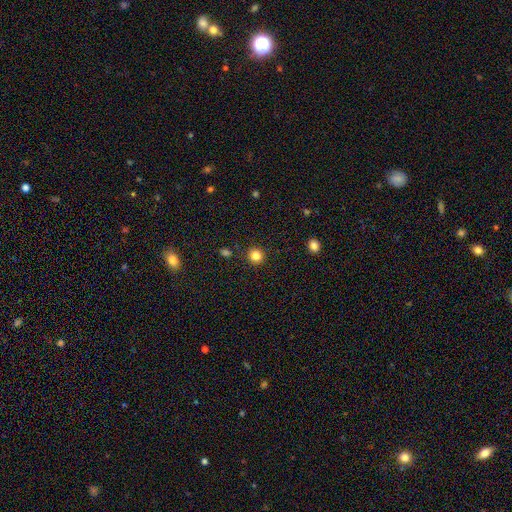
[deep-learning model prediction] A smooth galaxy with no disk features (83%) that is round (93%). Merging: none (91%).